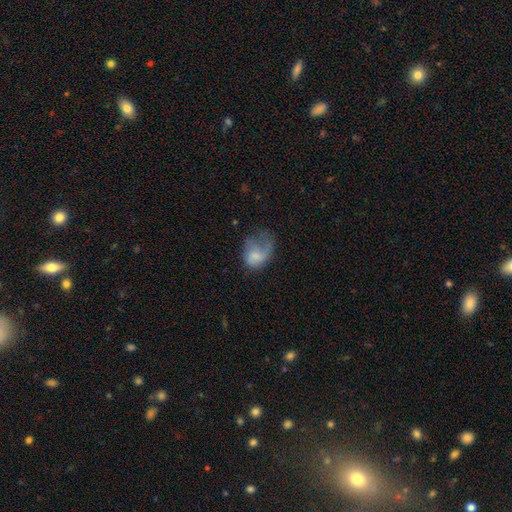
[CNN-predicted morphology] A smooth galaxy with no disk features (59%) that is in between round and cigar-shaped (65%).

Vote fractions:
- Smooth or featured? smooth: 59% / featured or disk: 32% / star or artifact: 9%
- How rounded? in between: 65% / round: 34% / cigar-shaped: 1%
- Merging? major disturbance: 53% / minor disturbance: 24% / none: 20% / merger: 3%